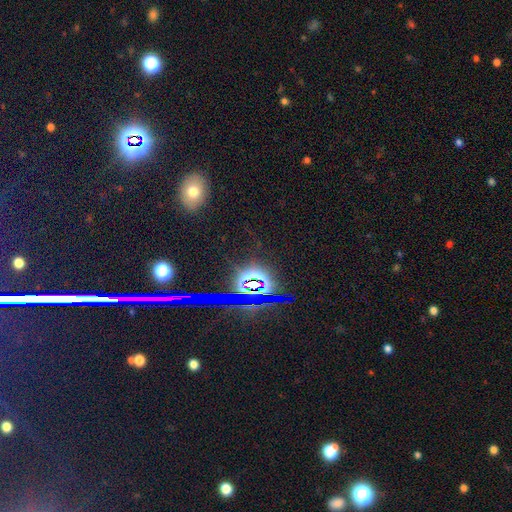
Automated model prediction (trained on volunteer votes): star or artifact 71%, smooth 17%, featured or disk 12%.